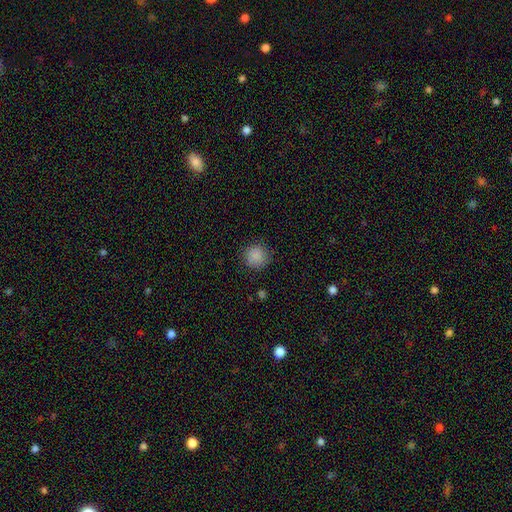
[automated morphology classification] Q: Smooth or featured?
A: smooth (87%); runner-up: star or artifact (10%)
Q: How rounded?
A: round (93%); runner-up: in between (6%)
Q: Merging?
A: none (88%); runner-up: minor disturbance (9%)